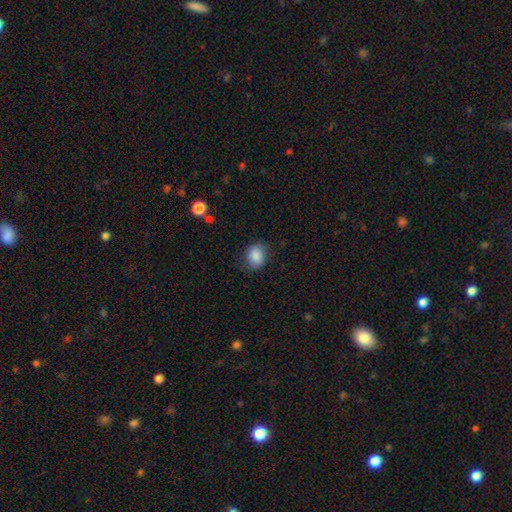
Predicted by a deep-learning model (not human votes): This appears to be a smooth galaxy with no disk features (87%) that is in between round and cigar-shaped (52%). Merging: none (79%).